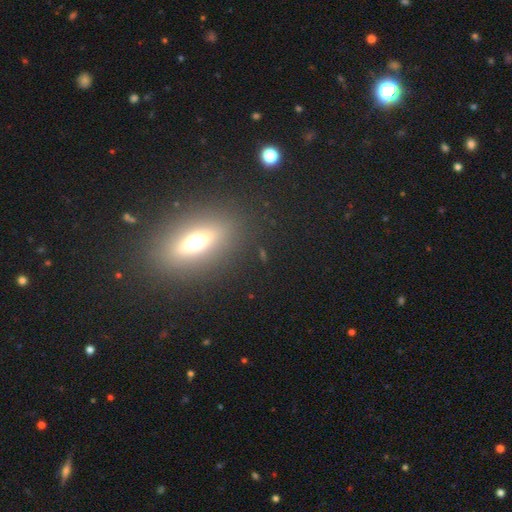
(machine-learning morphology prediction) A smooth galaxy with no disk features (49%). Merging: none (88%).